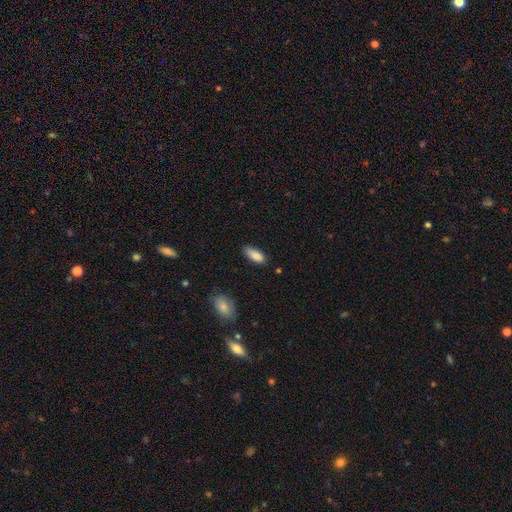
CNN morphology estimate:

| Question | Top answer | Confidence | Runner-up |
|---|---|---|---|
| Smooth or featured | smooth | 87% | star or artifact (7%) |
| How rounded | in between | 75% | cigar-shaped (23%) |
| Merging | none | 73% | minor disturbance (22%) |